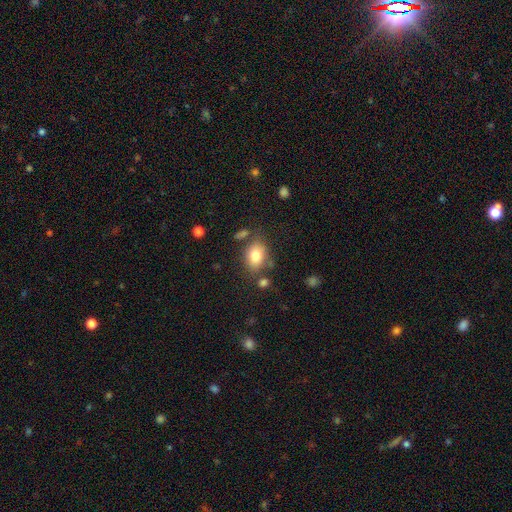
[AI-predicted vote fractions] Morphology: type=smooth (79%); roundness=in between (69%); merging=none (71%).